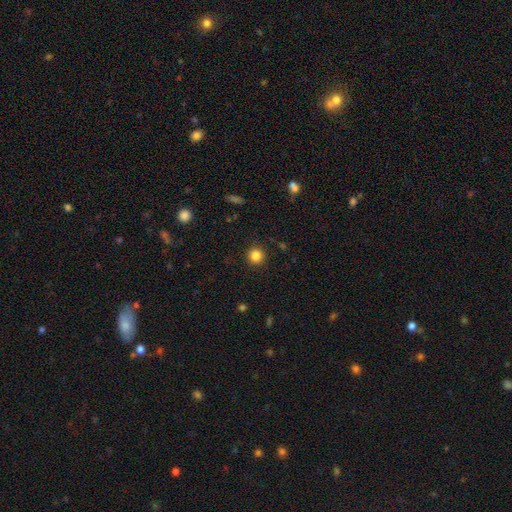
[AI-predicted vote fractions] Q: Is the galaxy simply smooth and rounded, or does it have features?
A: smooth — 84%.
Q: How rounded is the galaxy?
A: round — 94%.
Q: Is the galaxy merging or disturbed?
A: none — 92%.